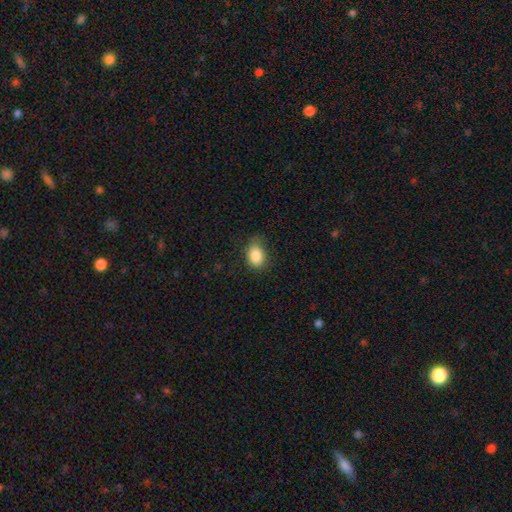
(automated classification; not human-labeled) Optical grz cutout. It shows a smooth galaxy with no disk features (86%) that is in between round and cigar-shaped (78%). Merging: none (68%).